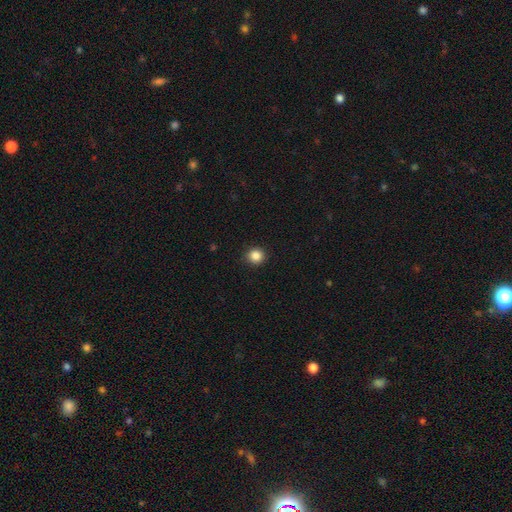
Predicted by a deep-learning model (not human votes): A smooth galaxy with no disk features (86%) that is round (91%). Merging: none (90%).